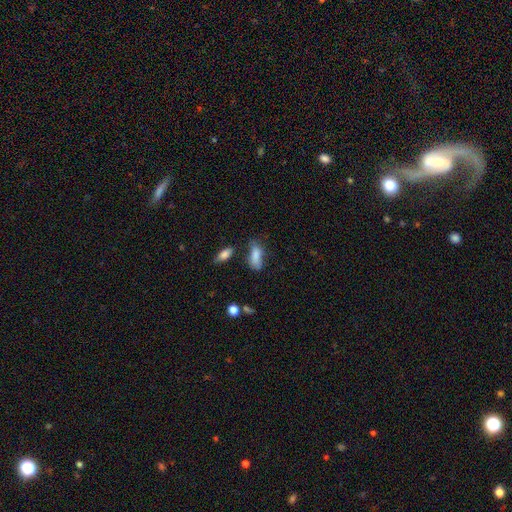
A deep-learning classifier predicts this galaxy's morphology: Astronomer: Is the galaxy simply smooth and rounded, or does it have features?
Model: smooth — 82%.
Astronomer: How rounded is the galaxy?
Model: in between — 78%.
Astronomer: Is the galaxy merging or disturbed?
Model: none — 52% (runner-up: minor disturbance, 29%).